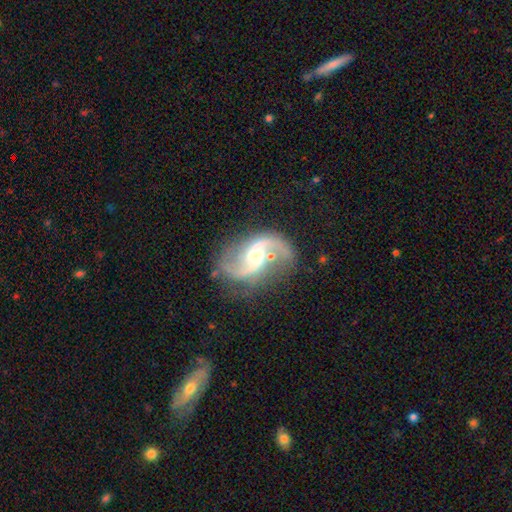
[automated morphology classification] This is clearly a featured or disk galaxy (92%). It is clearly not viewed edge-on (98%). Bar: marginally weak (42%). Spiral arm pattern: clearly yes (98%). Spiral arm count: clearly 2 (94%). Spiral winding: possibly loose (53%). Central bulge: likely moderate (62%). Merging: likely none (76%).